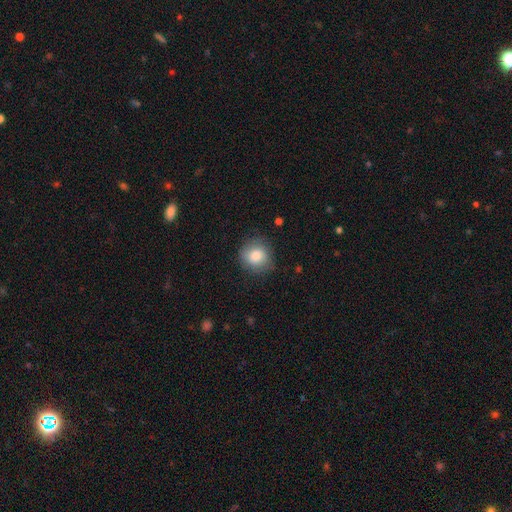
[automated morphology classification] A smooth galaxy with no disk features (84%) that is round (87%). Merging: none (79%).